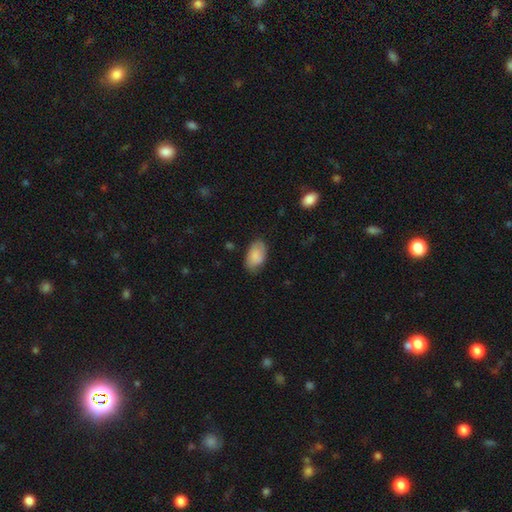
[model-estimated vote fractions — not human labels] This is clearly a smooth galaxy (85%). How rounded: clearly in between (94%). Merging: likely none (76%).